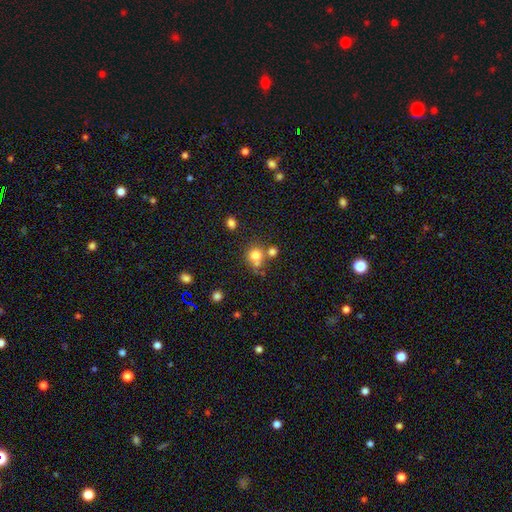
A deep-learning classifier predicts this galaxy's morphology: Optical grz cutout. It shows a smooth galaxy with no disk features (76%) that is round (86%). Merging: none (54%).